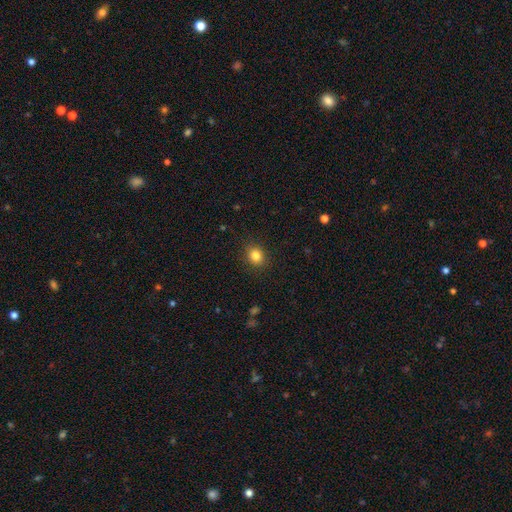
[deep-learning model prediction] Smooth or featured?
  - smooth: 84% *
  - star or artifact: 11%
  - featured or disk: 5%
How rounded?
  - round: 65% *
  - in between: 34%
  - cigar-shaped: 1%
Merging?
  - none: 89% *
  - minor disturbance: 7%
  - major disturbance: 2%
  - merger: 1%